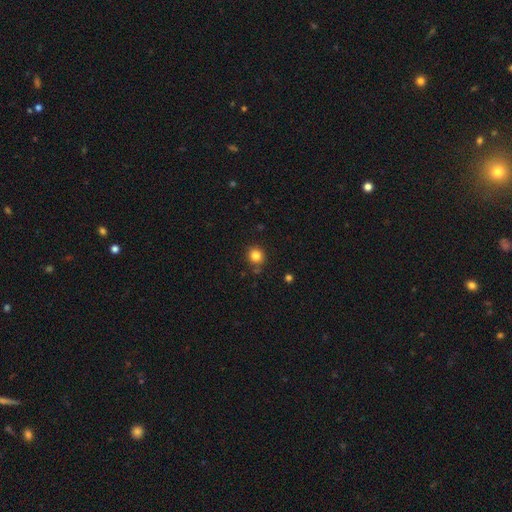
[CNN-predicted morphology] This is clearly a smooth galaxy (83%). How rounded: clearly round (88%). Merging: clearly none (83%).